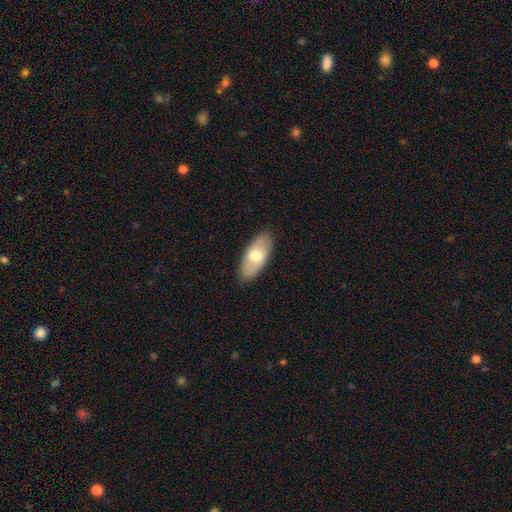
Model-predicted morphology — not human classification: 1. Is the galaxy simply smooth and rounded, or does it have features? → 66% smooth, 29% featured or disk, 5% star or artifact.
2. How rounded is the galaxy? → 88% in between, 9% cigar-shaped, 3% round.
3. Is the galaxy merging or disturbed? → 87% none, 10% minor disturbance, 2% major disturbance, 1% merger.